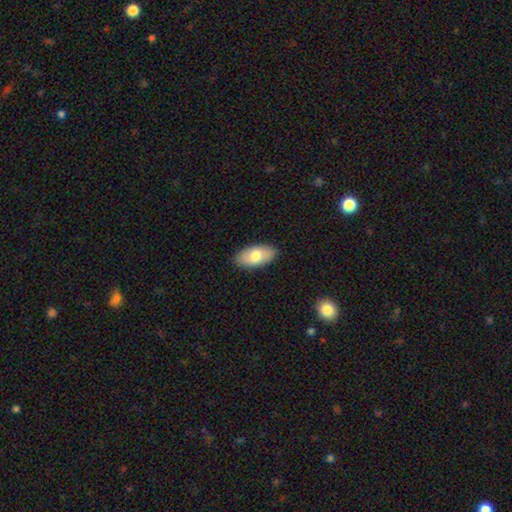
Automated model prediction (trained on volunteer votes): Q: Smooth or featured?
A: smooth (73%); runner-up: featured or disk (21%)
Q: How rounded?
A: in between (93%); runner-up: cigar-shaped (4%)
Q: Merging?
A: none (88%); runner-up: minor disturbance (9%)